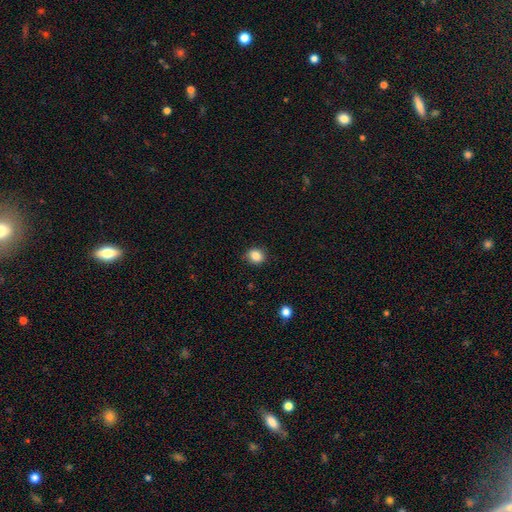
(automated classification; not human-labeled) This is clearly a smooth galaxy (86%). How rounded: likely round (71%). Merging: clearly none (84%).